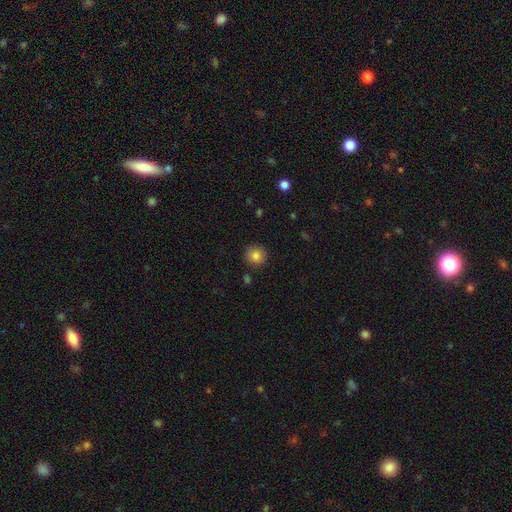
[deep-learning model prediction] A smooth galaxy with no disk features (83%) that is round (93%). Merging: none (90%).